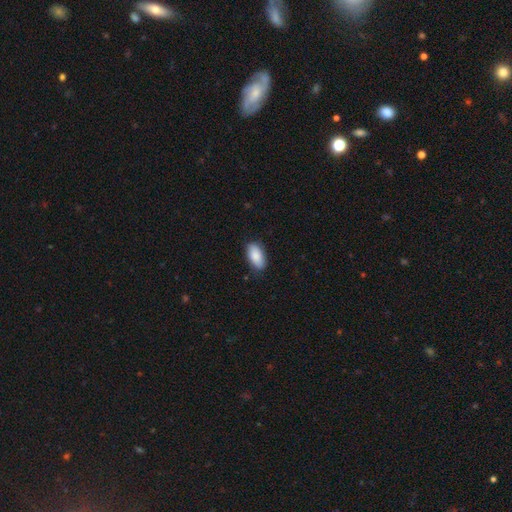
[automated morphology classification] type=smooth (88%); roundness=in between (93%); merging=none (84%).